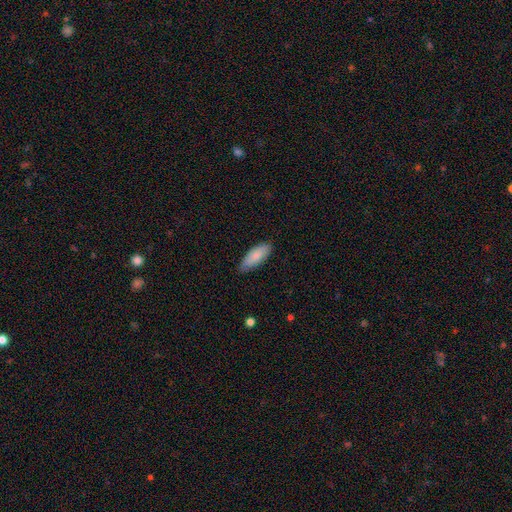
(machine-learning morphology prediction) The model was most divided on "how rounded": in between: 69%, cigar-shaped: 29%, round: 2%. More confident: smooth or featured — smooth (84%); merging — none (82%).